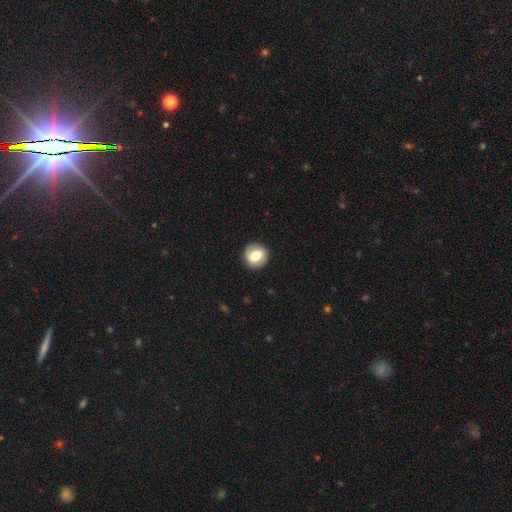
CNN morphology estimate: Smooth or featured?
  - smooth: 68% *
  - featured or disk: 24%
  - star or artifact: 8%
How rounded?
  - round: 85% *
  - in between: 14%
  - cigar-shaped: 1%
Merging?
  - none: 89% *
  - minor disturbance: 8%
  - major disturbance: 2%
  - merger: 1%